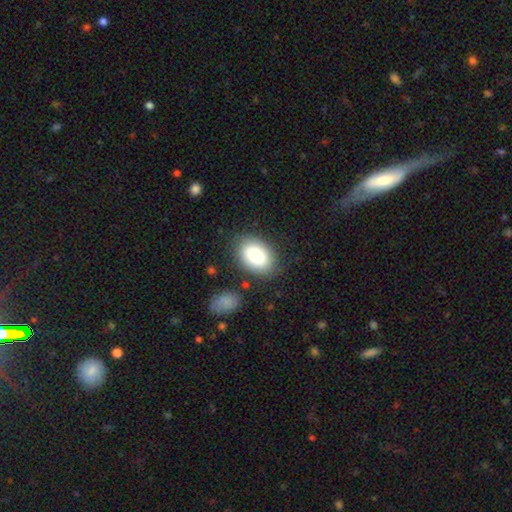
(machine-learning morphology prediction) Smooth or featured?
  - smooth: 84% *
  - featured or disk: 9%
  - star or artifact: 7%
How rounded?
  - in between: 86% *
  - round: 13%
  - cigar-shaped: 1%
Merging?
  - none: 82% *
  - minor disturbance: 12%
  - major disturbance: 4%
  - merger: 3%